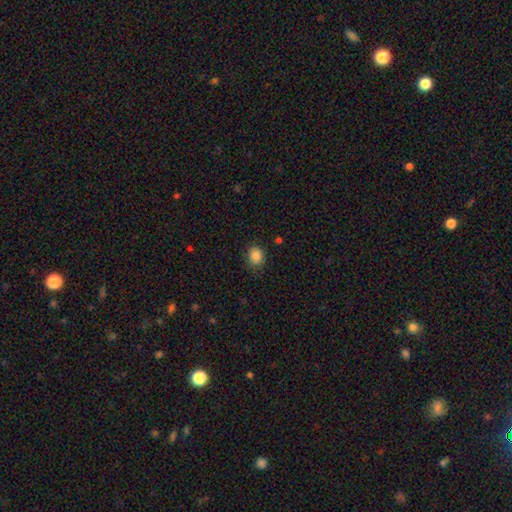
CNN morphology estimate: Smooth or featured: smooth — 86% (star or artifact — 10%)
How rounded: round — 65% (in between — 35%)
Merging: none — 83% (minor disturbance — 13%)